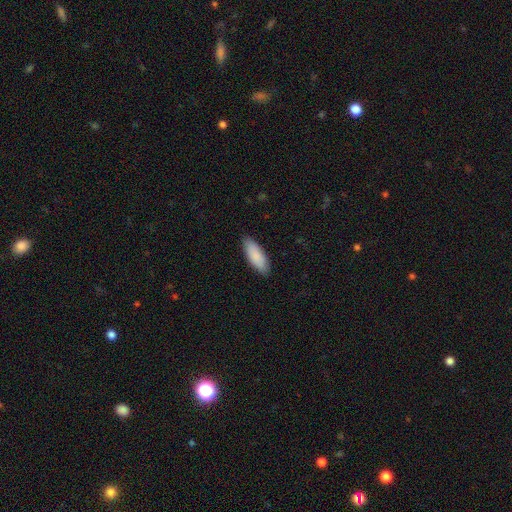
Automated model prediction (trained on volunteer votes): Q: Smooth or featured?
A: smooth (89%); runner-up: featured or disk (6%)
Q: How rounded?
A: in between (70%); runner-up: cigar-shaped (29%)
Q: Merging?
A: none (88%); runner-up: minor disturbance (10%)